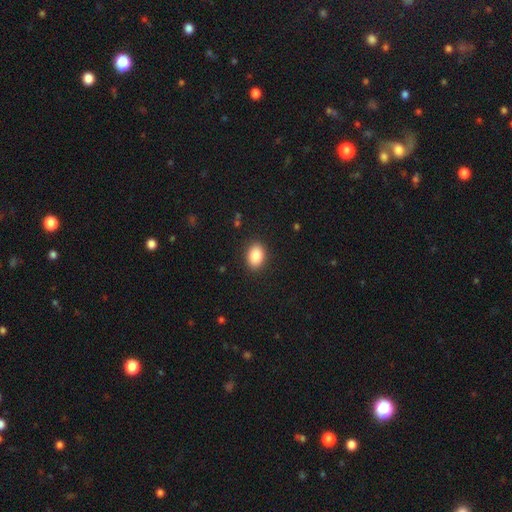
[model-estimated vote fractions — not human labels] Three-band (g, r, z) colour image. It shows a smooth galaxy with no disk features (87%) that is in between round and cigar-shaped (76%). Merging: none (89%).